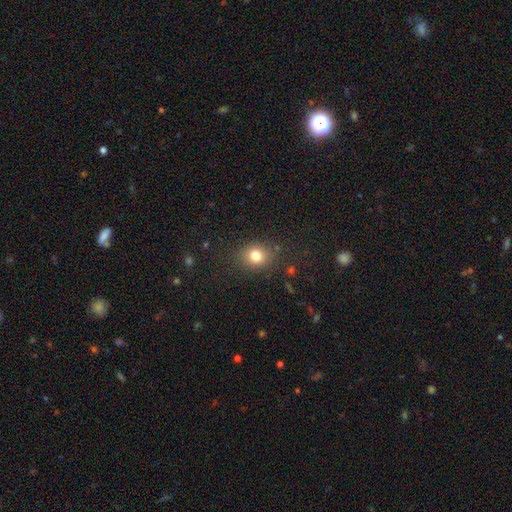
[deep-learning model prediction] Smooth or featured: smooth — 80% (star or artifact — 12%)
How rounded: round — 67% (in between — 32%)
Merging: none — 84% (minor disturbance — 10%)